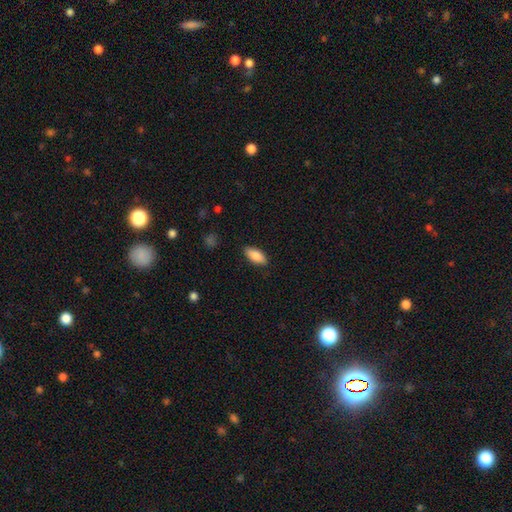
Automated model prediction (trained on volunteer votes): A smooth galaxy with no disk features (86%) that is in between round and cigar-shaped (85%). Merging: none (86%).